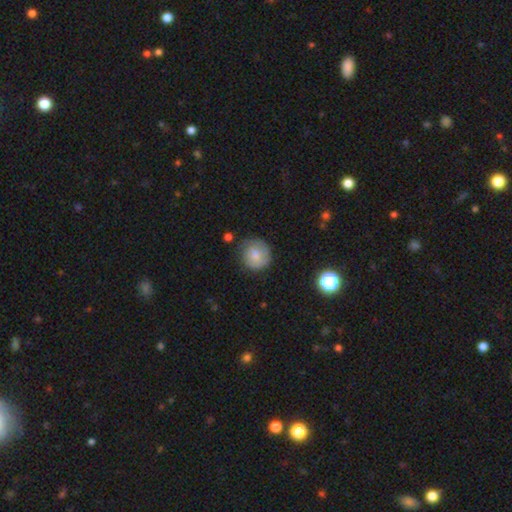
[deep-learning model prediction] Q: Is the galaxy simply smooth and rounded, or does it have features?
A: smooth — 75%.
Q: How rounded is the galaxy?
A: round — 89%.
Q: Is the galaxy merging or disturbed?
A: none — 72%.